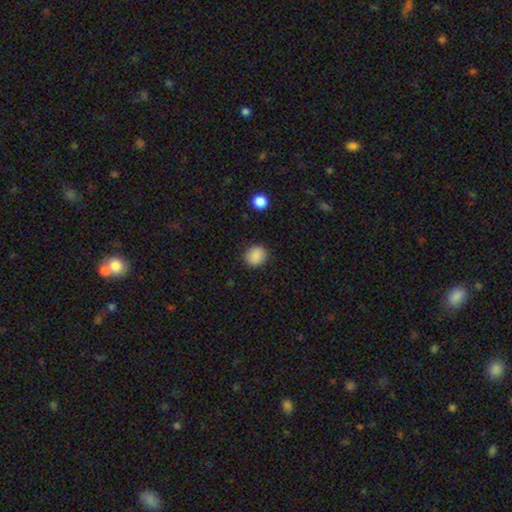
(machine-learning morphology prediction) Smooth or featured: smooth — 88% (star or artifact — 9%)
How rounded: round — 77% (in between — 22%)
Merging: none — 89% (minor disturbance — 8%)